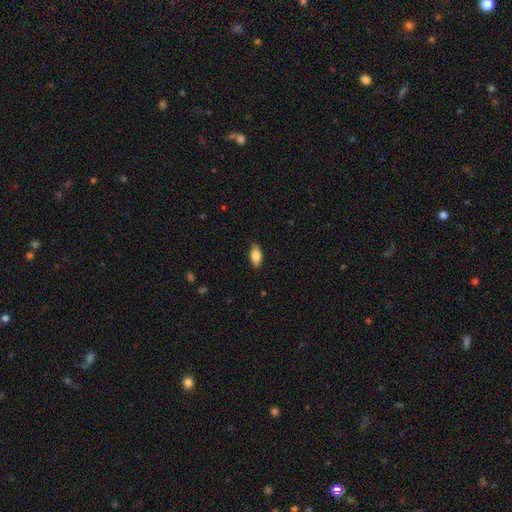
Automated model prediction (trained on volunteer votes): The model was most divided on "smooth or featured": smooth: 83%, featured or disk: 11%, star or artifact: 7%. More confident: how rounded — in between (89%); merging — none (84%).